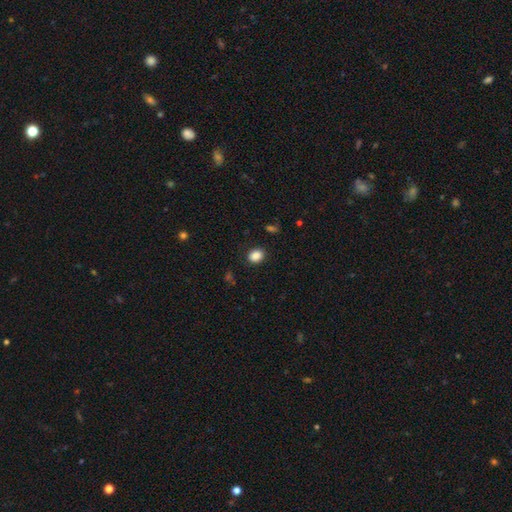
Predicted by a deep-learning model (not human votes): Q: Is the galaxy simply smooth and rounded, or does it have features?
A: smooth — 88%.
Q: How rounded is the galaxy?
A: in between — 51%.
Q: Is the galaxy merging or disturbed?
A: none — 87%.